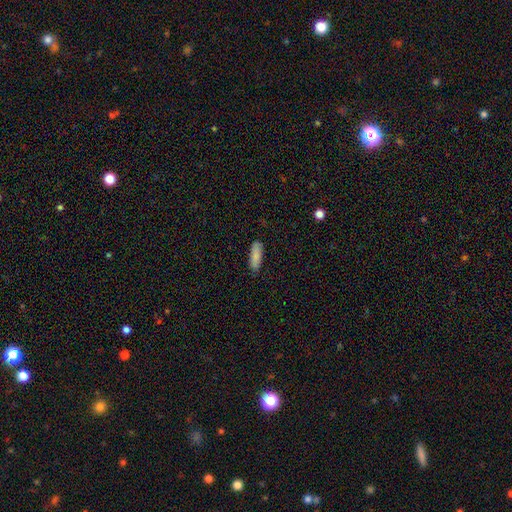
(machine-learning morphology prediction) Smooth or featured? smooth (87%)
How rounded? in between (60%)
Merging? none (83%)